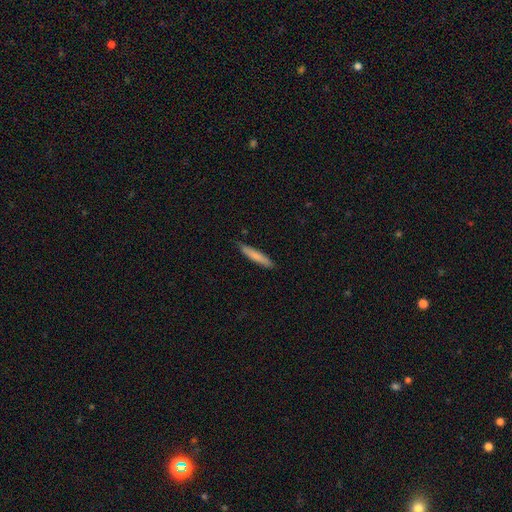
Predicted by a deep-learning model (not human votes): Q: Smooth or featured?
A: smooth (78%); runner-up: featured or disk (16%)
Q: How rounded?
A: cigar-shaped (92%); runner-up: in between (7%)
Q: Merging?
A: none (86%); runner-up: minor disturbance (11%)